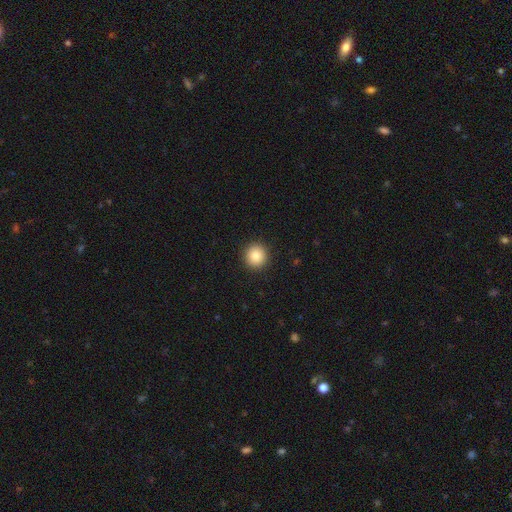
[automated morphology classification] smooth-or-featured: smooth: 84% | star or artifact: 10% | featured or disk: 7%
  how-rounded: round: 94% | in between: 5% | cigar-shaped: 1%
  merging: none: 93% | minor disturbance: 5% | major disturbance: 2% | merger: 1%